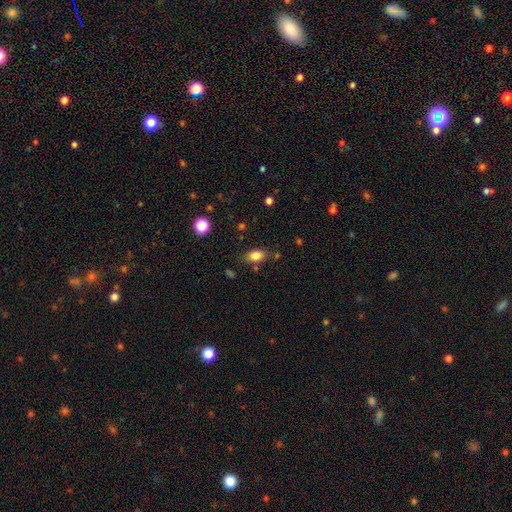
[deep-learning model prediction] Overall: smooth (82%). How rounded: in between (82%). Merging: none (78%).